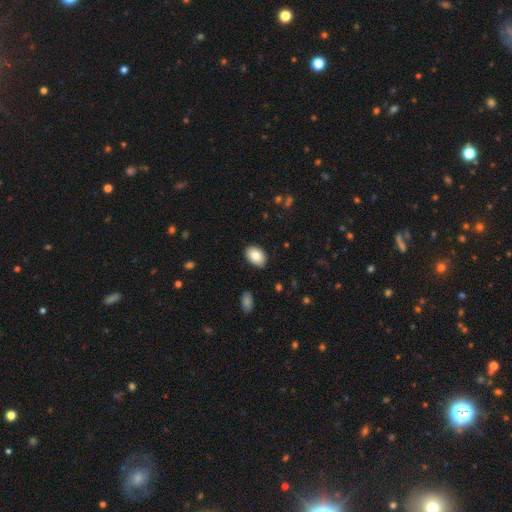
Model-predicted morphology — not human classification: Q: Smooth or featured?
A: smooth (84%); runner-up: featured or disk (9%)
Q: How rounded?
A: in between (84%); runner-up: round (15%)
Q: Merging?
A: none (87%); runner-up: minor disturbance (10%)